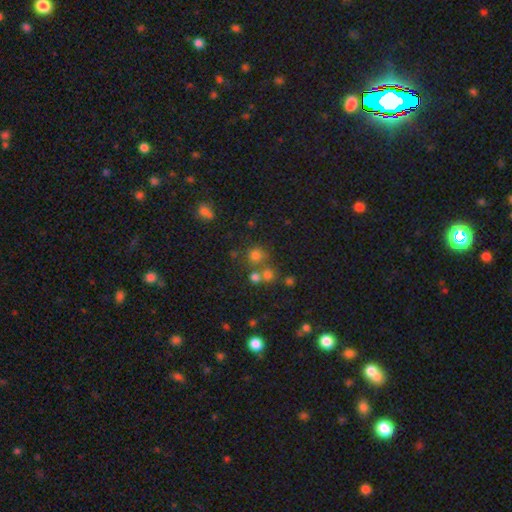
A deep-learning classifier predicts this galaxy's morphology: type=smooth (68%); roundness=round (88%); merging=none (62%).